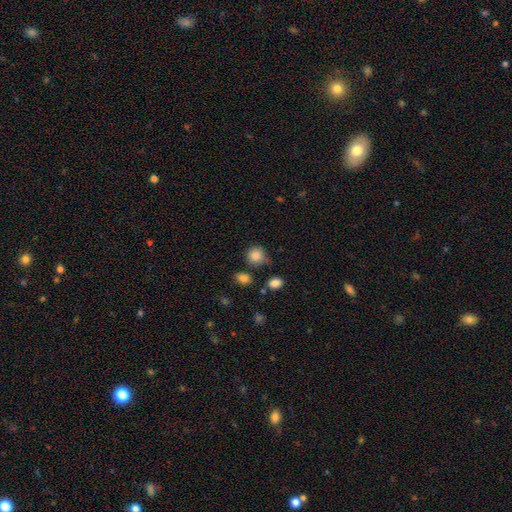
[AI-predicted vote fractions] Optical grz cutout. It shows a smooth galaxy with no disk features (85%) that is round (82%). Merging: none (63%).